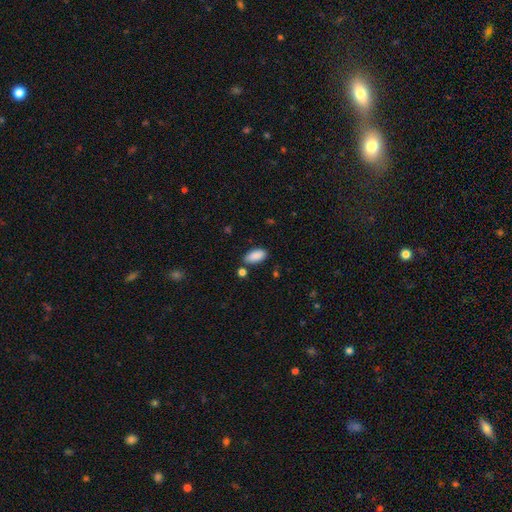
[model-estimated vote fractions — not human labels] Morphology: type=smooth (89%); roundness=in between (92%); merging=none (77%).